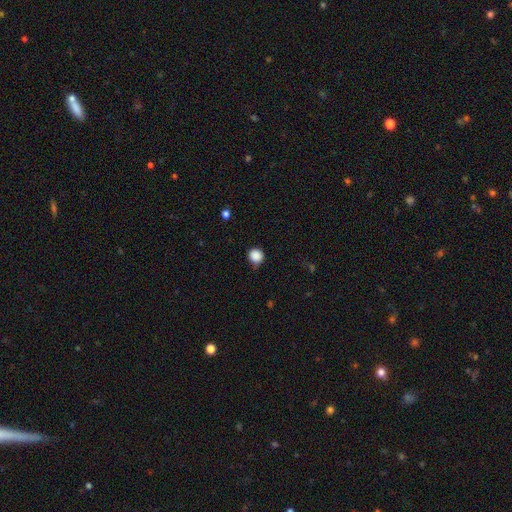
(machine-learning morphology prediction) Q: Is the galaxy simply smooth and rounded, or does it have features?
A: smooth — 88%.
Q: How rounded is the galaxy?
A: round — 91%.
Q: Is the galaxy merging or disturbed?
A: none — 75%.